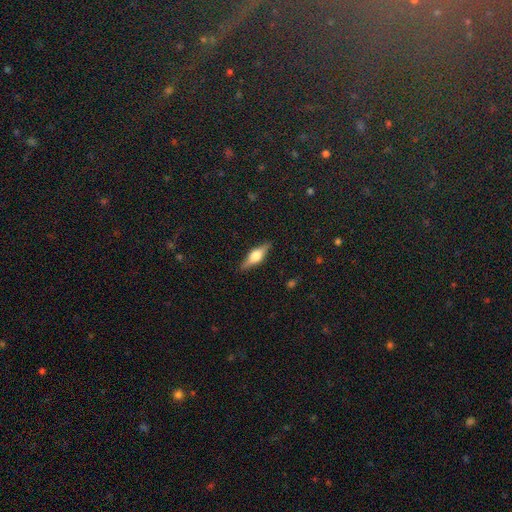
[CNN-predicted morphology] The model was most divided on "smooth or featured": featured or disk: 60%, smooth: 33%, star or artifact: 7%. More confident: edge-on disk — yes (95%); edge-on bulge — rounded (92%); merging — none (88%).